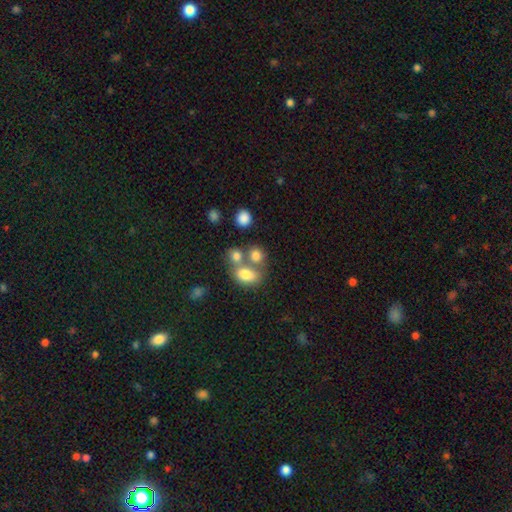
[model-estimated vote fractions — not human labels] Morphology: type=smooth (76%); roundness=round (52%); merging=merger (44%).